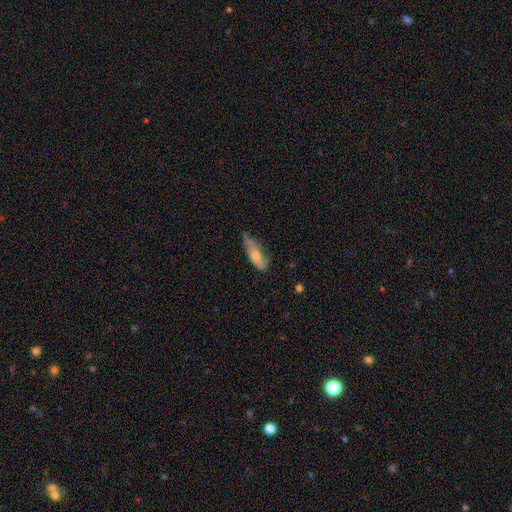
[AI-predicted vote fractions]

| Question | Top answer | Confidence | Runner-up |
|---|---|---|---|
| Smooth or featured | smooth | 50% | featured or disk (43%) |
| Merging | none | 60% | minor disturbance (31%) |